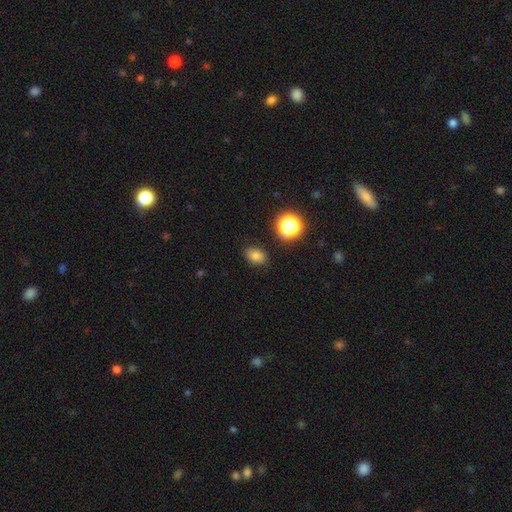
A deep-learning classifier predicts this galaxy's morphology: A smooth galaxy with no disk features (78%) that is in between round and cigar-shaped (73%).

Vote fractions:
- Smooth or featured? smooth: 78% / star or artifact: 16% / featured or disk: 6%
- How rounded? in between: 73% / round: 26% / cigar-shaped: 1%
- Merging? none: 85% / minor disturbance: 10% / major disturbance: 3% / merger: 2%